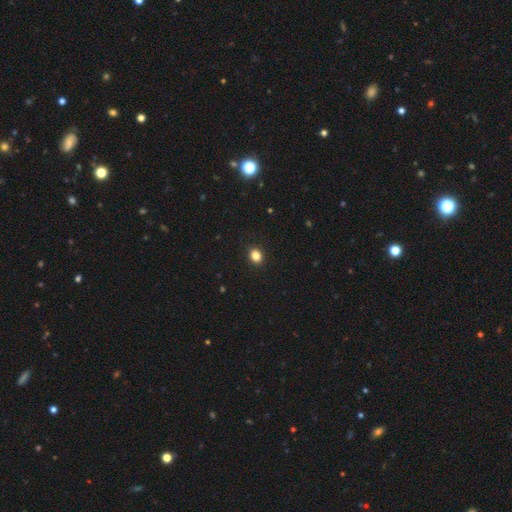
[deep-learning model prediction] A smooth galaxy with no disk features (84%) that is round (60%). Merging: none (91%).